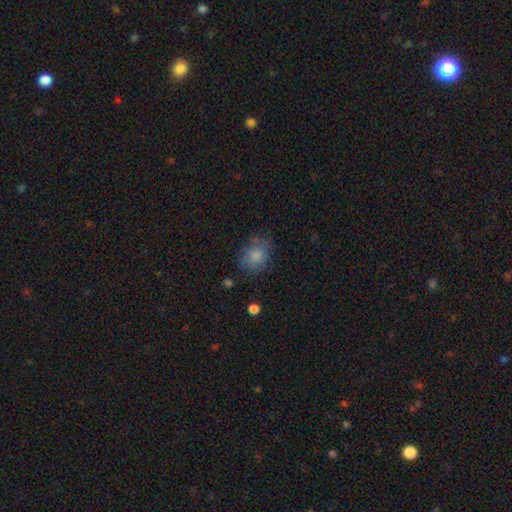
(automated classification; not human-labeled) Q: Smooth or featured?
A: smooth (81%); runner-up: featured or disk (10%)
Q: How rounded?
A: round (54%); runner-up: in between (45%)
Q: Merging?
A: none (69%); runner-up: minor disturbance (21%)